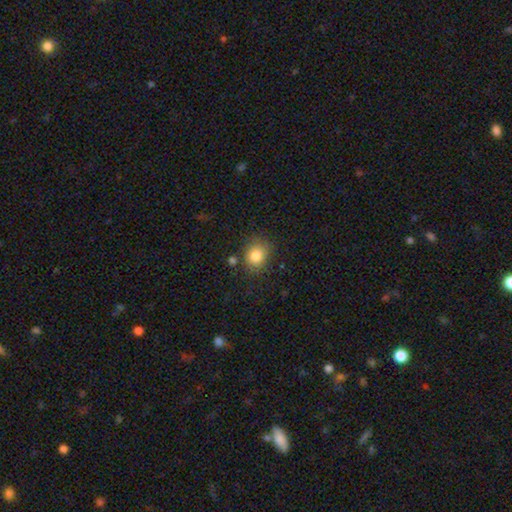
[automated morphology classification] Overall: smooth (84%). How rounded: round (66%; in between 33%). Merging: none (75%).